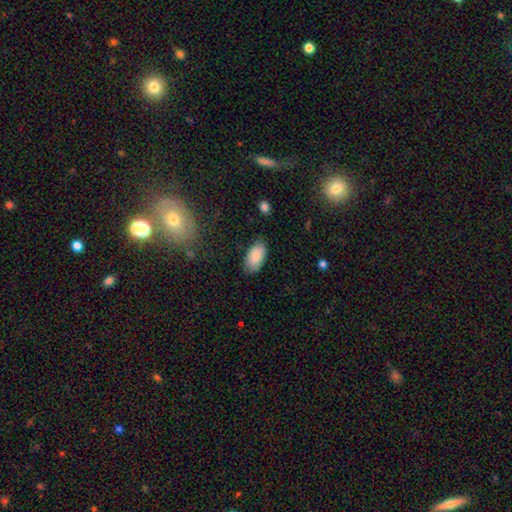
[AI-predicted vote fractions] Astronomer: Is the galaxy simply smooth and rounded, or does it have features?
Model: smooth — 87%.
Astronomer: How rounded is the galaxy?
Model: in between — 95%.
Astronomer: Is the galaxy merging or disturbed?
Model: none — 79%.